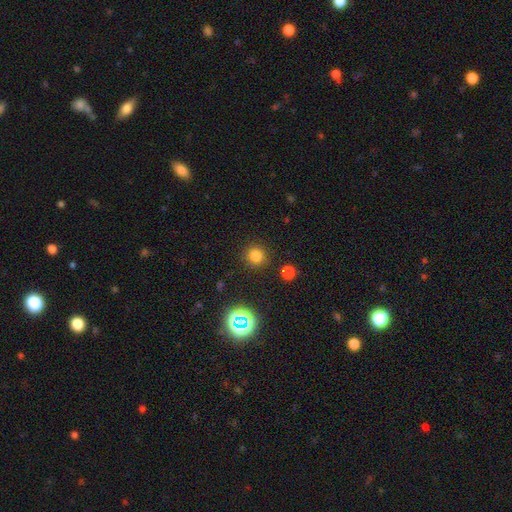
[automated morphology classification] Smooth or featured? smooth (77%)
How rounded? round (92%)
Merging? none (89%)